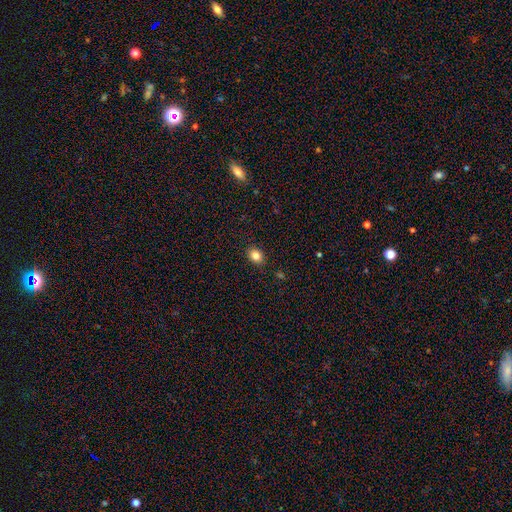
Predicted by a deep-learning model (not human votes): This is clearly a smooth galaxy (84%). How rounded: possibly in between (51%). Merging: clearly none (89%).